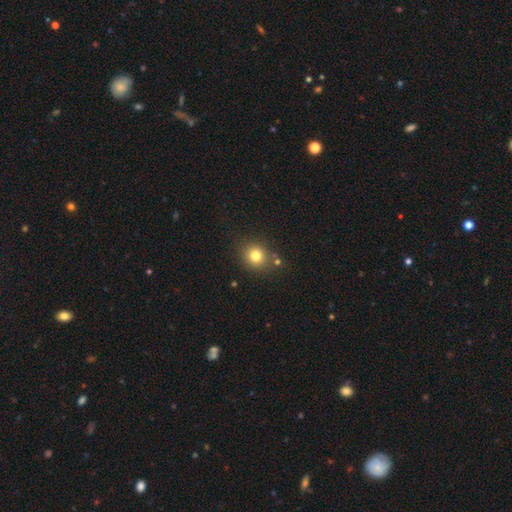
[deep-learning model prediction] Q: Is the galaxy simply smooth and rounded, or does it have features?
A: smooth — 79%.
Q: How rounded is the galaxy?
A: round — 83%.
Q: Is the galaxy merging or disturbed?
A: none — 79%.